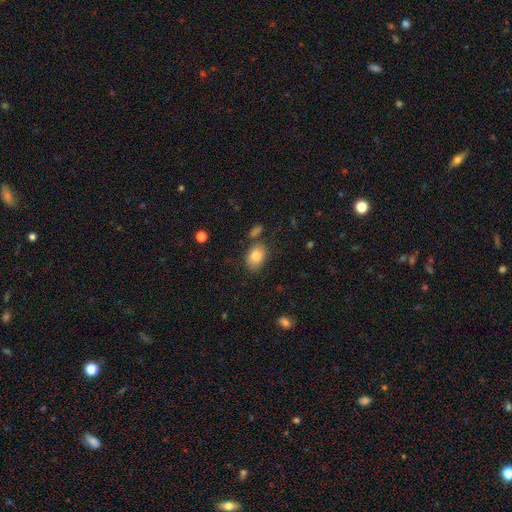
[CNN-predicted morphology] Smooth or featured?
  - smooth: 85% *
  - star or artifact: 8%
  - featured or disk: 7%
How rounded?
  - in between: 79% *
  - round: 19%
  - cigar-shaped: 1%
Merging?
  - none: 70% *
  - minor disturbance: 17%
  - merger: 8%
  - major disturbance: 5%